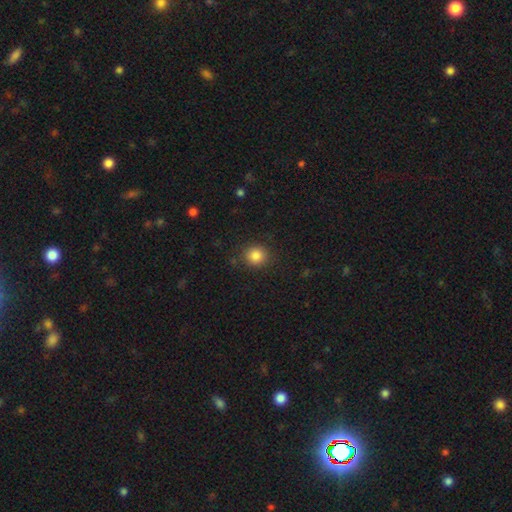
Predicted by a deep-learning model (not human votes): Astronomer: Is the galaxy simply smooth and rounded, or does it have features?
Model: smooth — 85%.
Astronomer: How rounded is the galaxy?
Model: round — 87%.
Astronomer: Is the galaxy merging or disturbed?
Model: none — 87%.